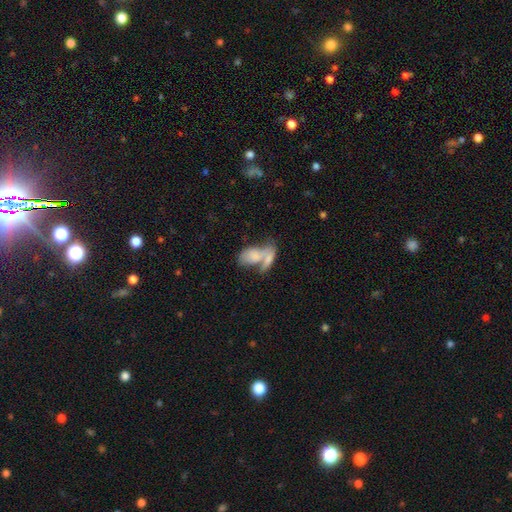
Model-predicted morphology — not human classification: Smooth or featured?
  - smooth: 73% *
  - featured or disk: 20%
  - star or artifact: 7%
How rounded?
  - in between: 88% *
  - round: 6%
  - cigar-shaped: 6%
Merging?
  - merger: 67% *
  - none: 18%
  - minor disturbance: 8%
  - major disturbance: 7%